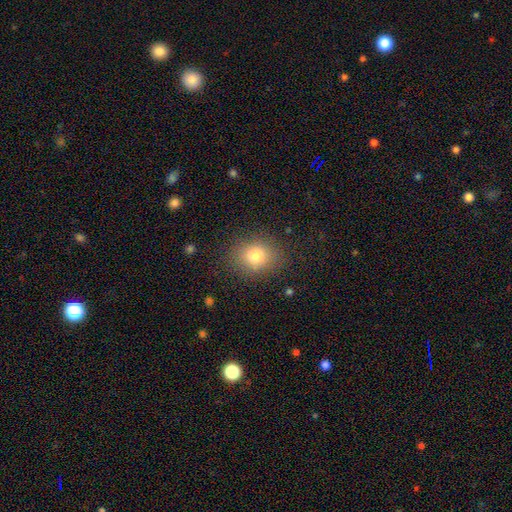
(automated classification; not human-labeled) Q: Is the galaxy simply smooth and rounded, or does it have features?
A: smooth — 78%.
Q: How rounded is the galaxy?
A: round — 63%.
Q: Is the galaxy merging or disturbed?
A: none — 85%.